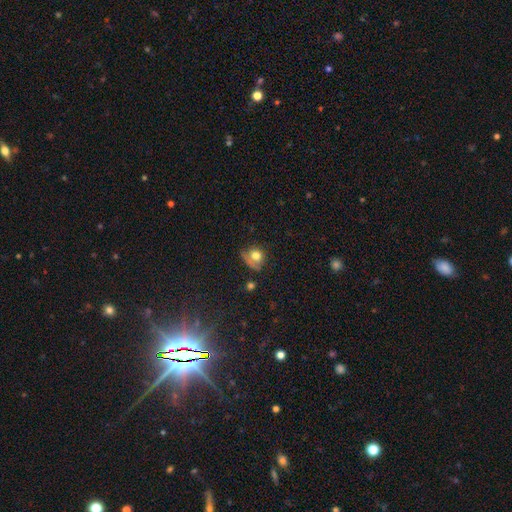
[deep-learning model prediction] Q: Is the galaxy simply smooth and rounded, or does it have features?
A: smooth — 71%.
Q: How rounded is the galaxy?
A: round — 68%.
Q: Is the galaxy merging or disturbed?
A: none — 42%.